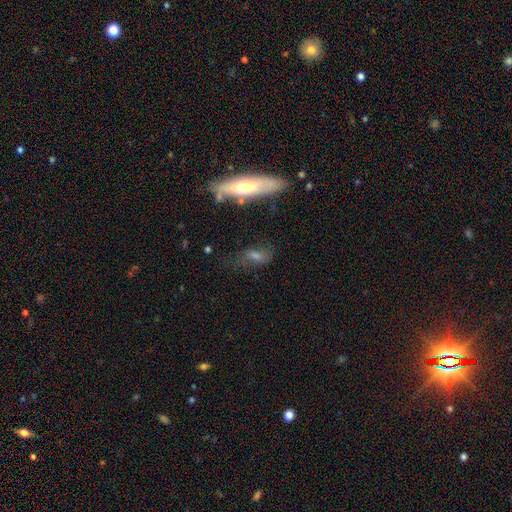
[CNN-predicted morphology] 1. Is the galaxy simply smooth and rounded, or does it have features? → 51% smooth, 36% featured or disk, 14% star or artifact.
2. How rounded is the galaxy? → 55% in between, 37% cigar-shaped, 8% round.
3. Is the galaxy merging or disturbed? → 54% none, 24% minor disturbance, 15% major disturbance, 6% merger.